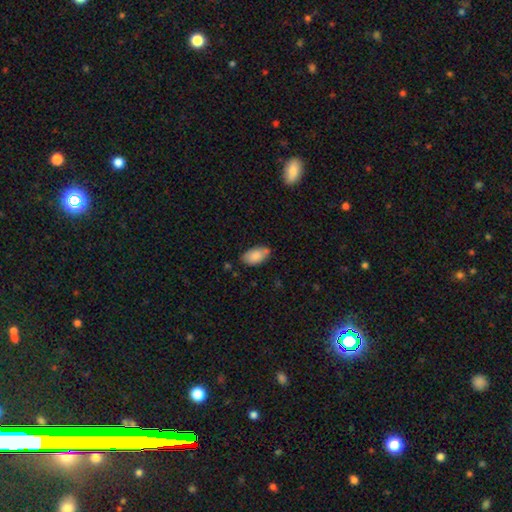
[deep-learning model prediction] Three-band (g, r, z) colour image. It shows a smooth galaxy with no disk features (86%) that is in between round and cigar-shaped (94%). Merging: none (66%).